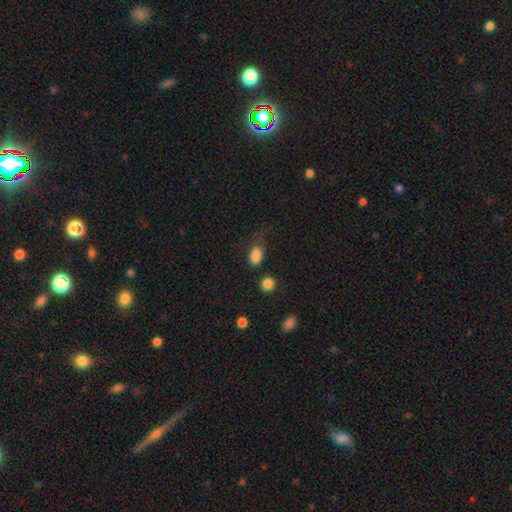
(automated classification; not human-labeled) This appears to be a smooth galaxy with no disk features (85%) that is in between round and cigar-shaped (84%). Merging: none (55%).